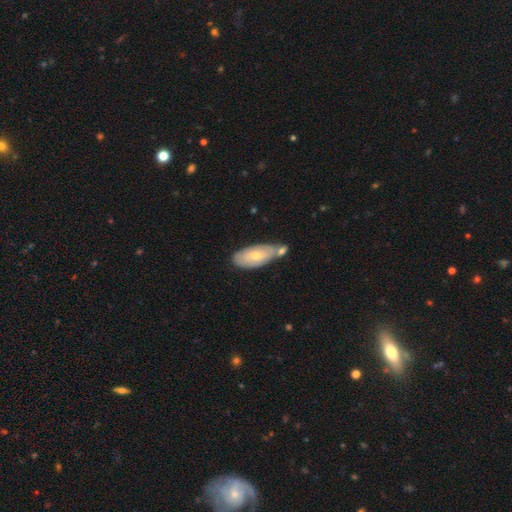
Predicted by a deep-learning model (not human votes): Overall: smooth (52%; featured or disk 42%). How rounded: in between (86%). Merging: none (45%; merger 33%).